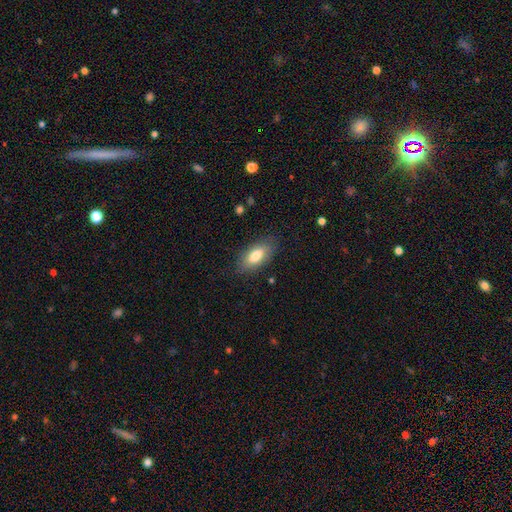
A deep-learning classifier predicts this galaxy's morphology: Q: Smooth or featured?
A: smooth (78%); runner-up: featured or disk (16%)
Q: How rounded?
A: in between (90%); runner-up: cigar-shaped (7%)
Q: Merging?
A: none (82%); runner-up: minor disturbance (13%)